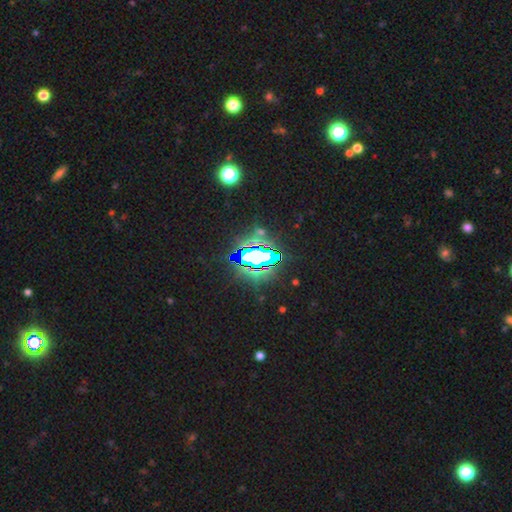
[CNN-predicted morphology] Q: Smooth or featured?
A: star or artifact (76%); runner-up: smooth (13%)